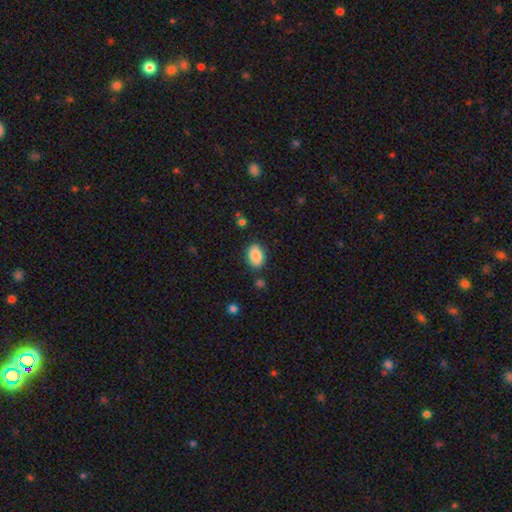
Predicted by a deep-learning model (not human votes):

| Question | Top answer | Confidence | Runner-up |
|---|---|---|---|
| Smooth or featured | smooth | 88% | star or artifact (7%) |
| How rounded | in between | 86% | round (13%) |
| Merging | none | 82% | minor disturbance (12%) |